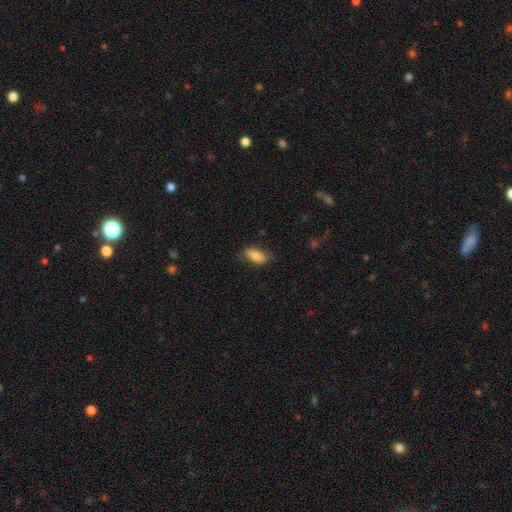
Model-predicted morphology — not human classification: Q: Smooth or featured?
A: smooth (84%); runner-up: featured or disk (10%)
Q: How rounded?
A: in between (88%); runner-up: cigar-shaped (9%)
Q: Merging?
A: none (73%); runner-up: minor disturbance (21%)